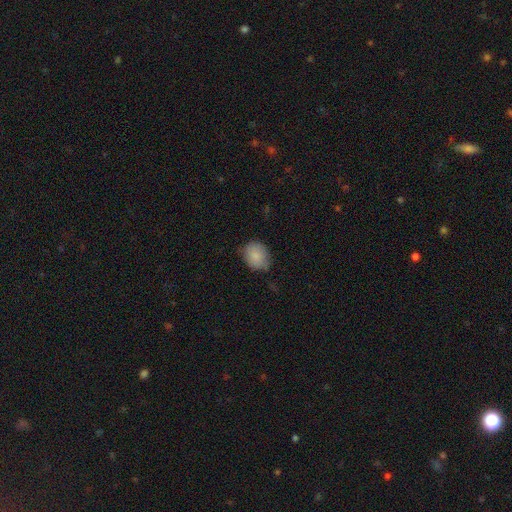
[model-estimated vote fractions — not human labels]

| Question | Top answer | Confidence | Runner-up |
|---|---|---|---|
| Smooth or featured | smooth | 84% | featured or disk (8%) |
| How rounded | round | 58% | in between (41%) |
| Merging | none | 67% | minor disturbance (27%) |